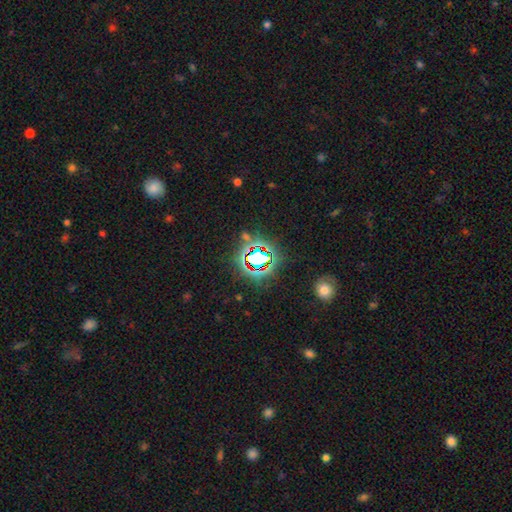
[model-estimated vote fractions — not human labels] Overall: star or artifact (74%).